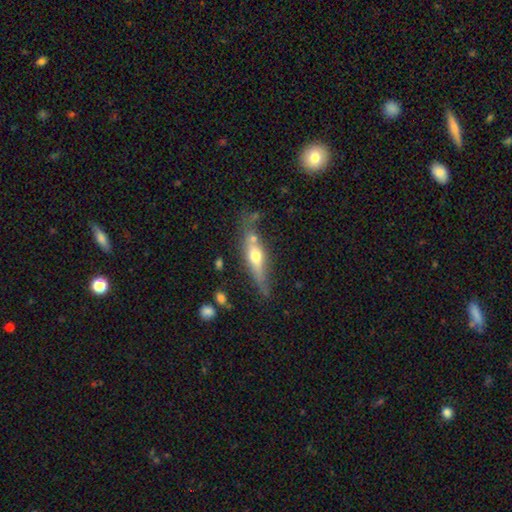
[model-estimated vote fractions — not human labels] featured or disk 56%, smooth 37%, star or artifact 7%. Down the decision tree: edge-on disk — yes (85%); merging — none (64%).